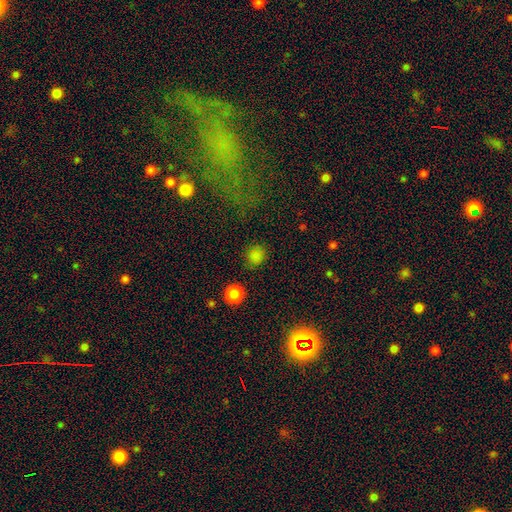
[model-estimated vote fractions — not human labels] This is clearly a smooth galaxy (81%). How rounded: clearly round (88%). Merging: clearly none (87%).